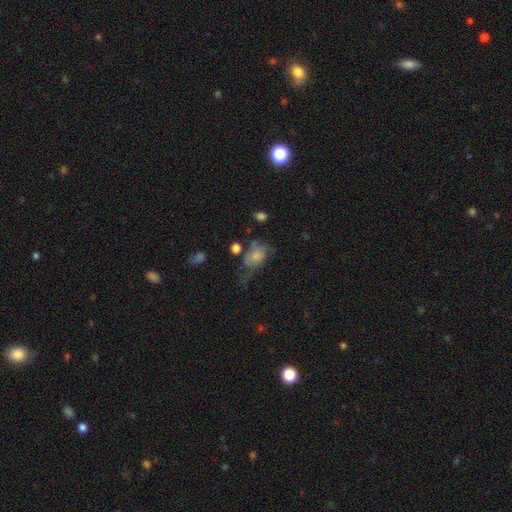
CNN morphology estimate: Smooth or featured? Predicted: smooth (p=0.65). How rounded? Predicted: in between (p=0.74). Merging? Predicted: major disturbance (p=0.35).